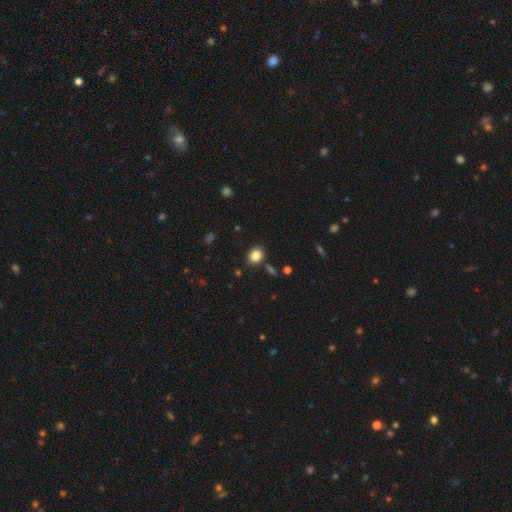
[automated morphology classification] A smooth galaxy with no disk features (84%) that is round (51%). Merging: none (85%).